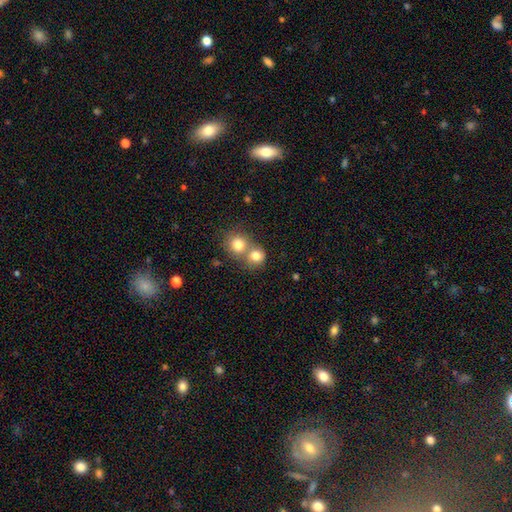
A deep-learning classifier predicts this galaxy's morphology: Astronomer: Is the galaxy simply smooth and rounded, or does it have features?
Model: smooth — 80%.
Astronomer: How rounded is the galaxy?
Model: round — 81%.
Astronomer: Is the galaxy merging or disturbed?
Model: merger — 57% (runner-up: none, 34%).